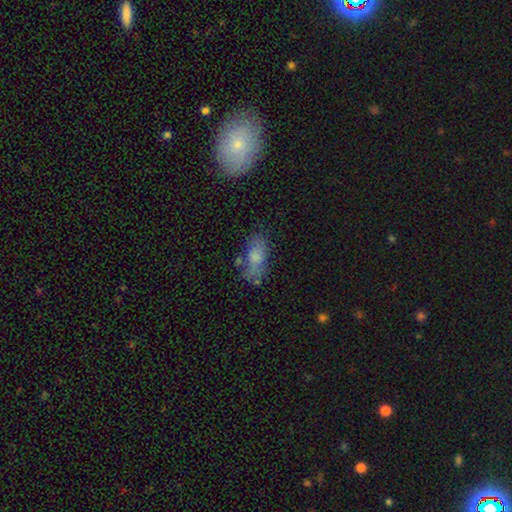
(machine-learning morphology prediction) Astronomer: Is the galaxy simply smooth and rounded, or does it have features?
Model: smooth — 69%.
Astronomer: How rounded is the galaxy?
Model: in between — 81%.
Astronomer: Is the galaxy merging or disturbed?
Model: none — 55%.